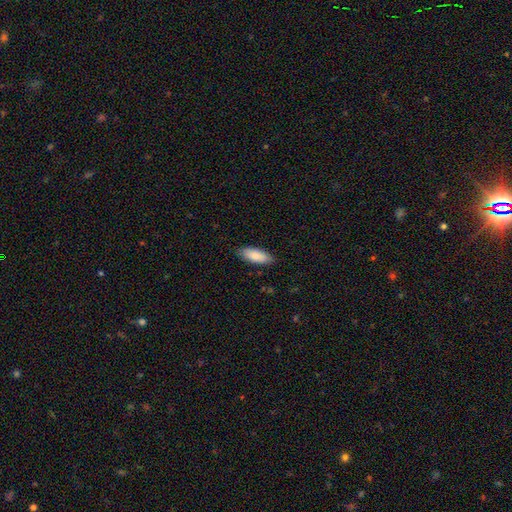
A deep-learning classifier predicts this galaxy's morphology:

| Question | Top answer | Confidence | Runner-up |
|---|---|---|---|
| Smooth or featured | smooth | 86% | featured or disk (9%) |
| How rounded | in between | 78% | cigar-shaped (20%) |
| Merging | none | 85% | minor disturbance (12%) |